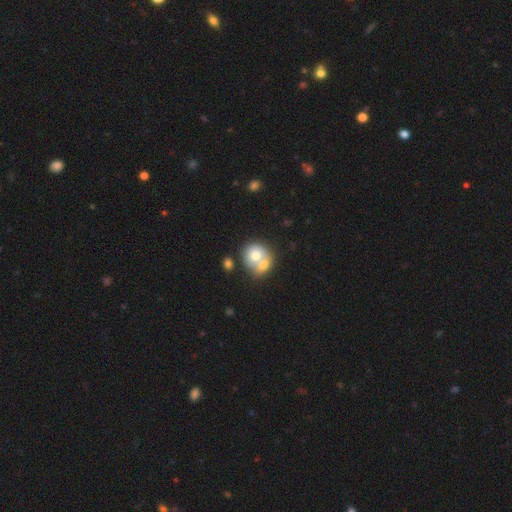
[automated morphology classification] smooth 67%, featured or disk 25%, star or artifact 8%. Down the decision tree: how rounded — round (76%); merging — merger (67%).